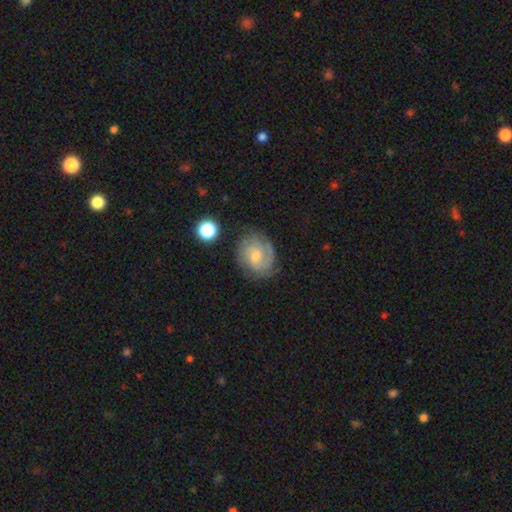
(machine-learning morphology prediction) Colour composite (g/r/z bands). It shows a featured or disk galaxy (77%) with no bar (48%), 2 (42%) tight (53%) spiral arms (95%) and a small central bulge (54%). Merging: none (76%).